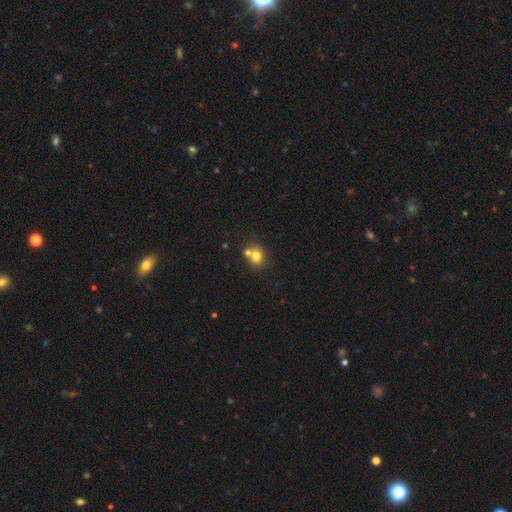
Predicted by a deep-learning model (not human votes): Smooth or featured: smooth — 75% (featured or disk — 13%)
How rounded: round — 72% (in between — 27%)
Merging: none — 49% (merger — 39%)